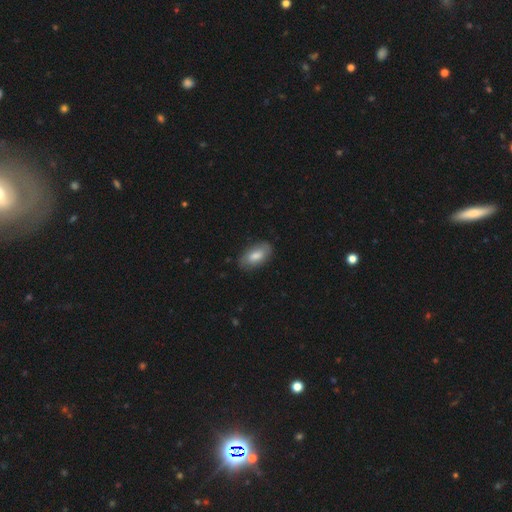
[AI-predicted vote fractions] Smooth or featured? smooth (76%)
How rounded? in between (92%)
Merging? none (80%)